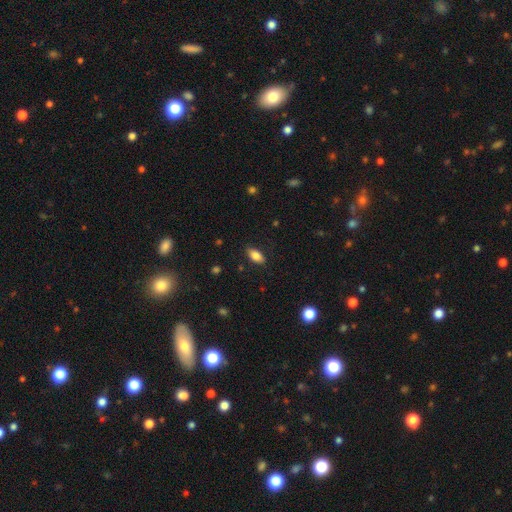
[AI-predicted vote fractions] smooth-or-featured: smooth: 81% | featured or disk: 11% | star or artifact: 8%
  how-rounded: in between: 88% | cigar-shaped: 8% | round: 4%
  merging: none: 85% | minor disturbance: 11% | major disturbance: 3% | merger: 1%